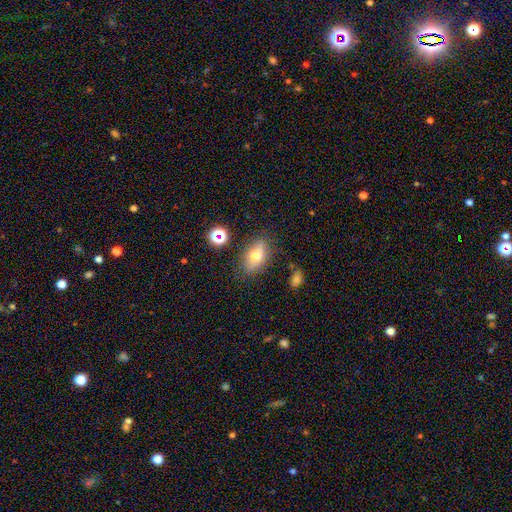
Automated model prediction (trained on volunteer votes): Morphology: type=smooth (64%); roundness=in between (83%); merging=none (78%).